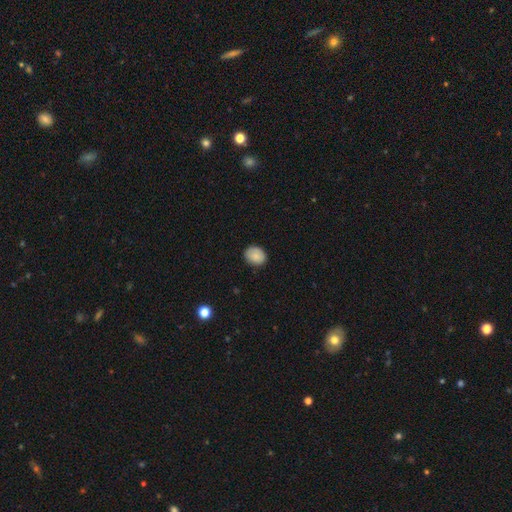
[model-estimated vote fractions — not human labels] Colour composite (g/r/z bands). It shows a smooth galaxy with no disk features (86%) that is round (51%). Merging: none (84%).